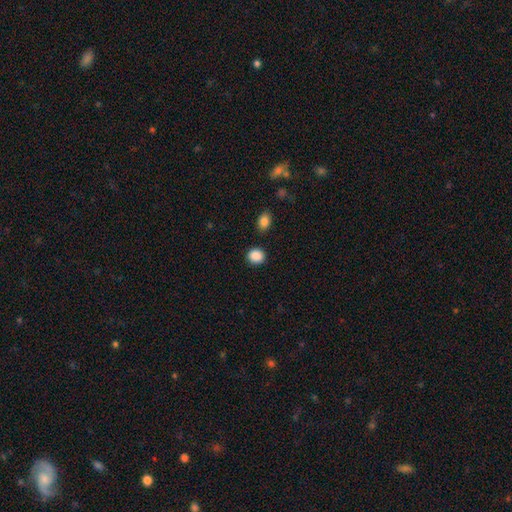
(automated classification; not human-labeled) Smooth or featured? smooth (89%)
How rounded? round (75%)
Merging? none (87%)